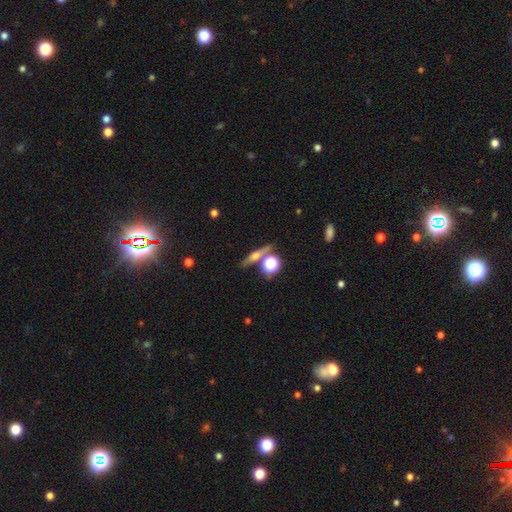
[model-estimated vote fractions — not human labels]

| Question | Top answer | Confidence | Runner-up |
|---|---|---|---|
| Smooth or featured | featured or disk | 55% | smooth (30%) |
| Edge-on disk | yes | 92% | no (8%) |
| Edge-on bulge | rounded | 88% | boxy (7%) |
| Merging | none | 77% | merger (10%) |